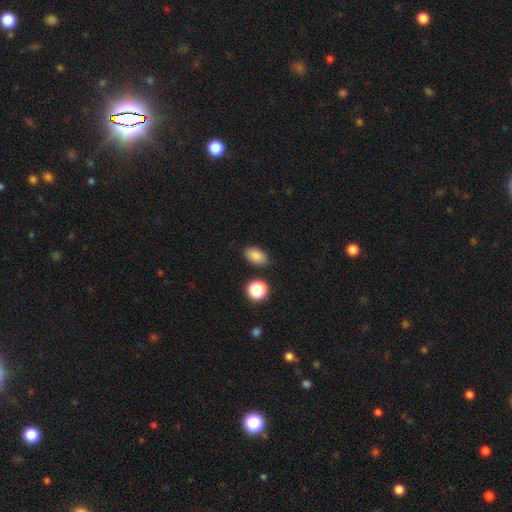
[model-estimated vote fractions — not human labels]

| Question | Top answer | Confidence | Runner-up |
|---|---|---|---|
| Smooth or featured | smooth | 84% | star or artifact (10%) |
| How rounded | in between | 88% | round (10%) |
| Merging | none | 82% | minor disturbance (12%) |